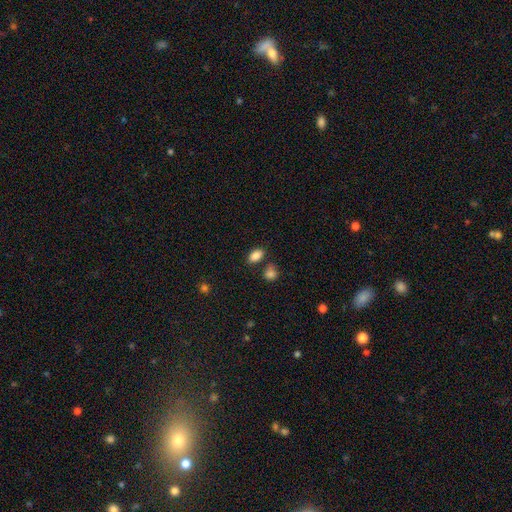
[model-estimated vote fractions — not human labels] smooth 86%, star or artifact 9%, featured or disk 5%. Down the decision tree: how rounded — in between (88%); merging — none (73%).